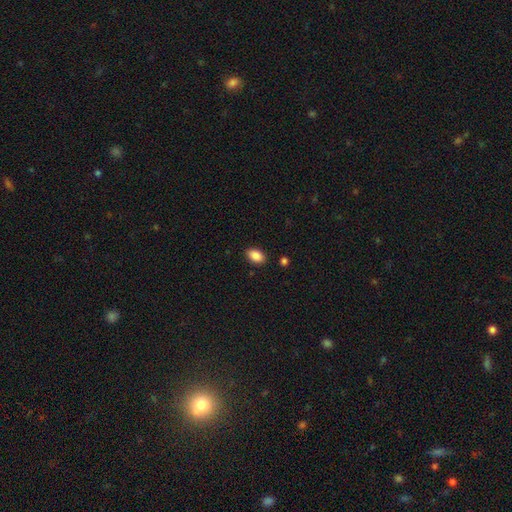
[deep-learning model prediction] A smooth galaxy with no disk features (89%) that is in between round and cigar-shaped (90%). Merging: none (88%).